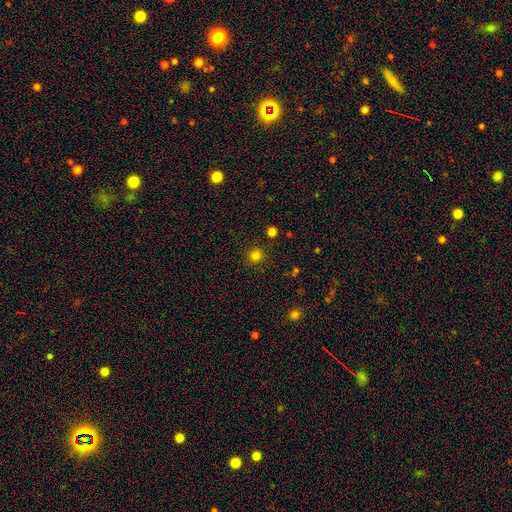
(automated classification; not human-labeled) A smooth galaxy with no disk features (81%) that is round (93%).

Vote fractions:
- Smooth or featured? smooth: 81% / star or artifact: 16% / featured or disk: 4%
- How rounded? round: 93% / in between: 6% / cigar-shaped: 1%
- Merging? none: 90% / minor disturbance: 6% / major disturbance: 2% / merger: 2%